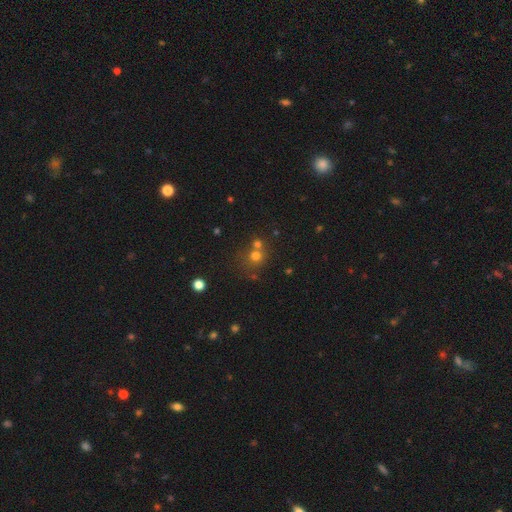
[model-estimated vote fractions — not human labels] Smooth or featured?
  - smooth: 68% *
  - star or artifact: 21%
  - featured or disk: 11%
How rounded?
  - round: 88% *
  - in between: 11%
  - cigar-shaped: 1%
Merging?
  - none: 55% *
  - merger: 34%
  - minor disturbance: 7%
  - major disturbance: 4%